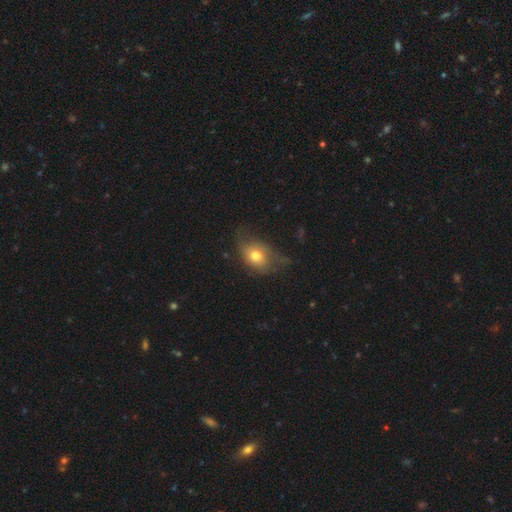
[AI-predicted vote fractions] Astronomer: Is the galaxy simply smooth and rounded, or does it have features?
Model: smooth — 71%.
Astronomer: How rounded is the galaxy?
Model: in between — 70%.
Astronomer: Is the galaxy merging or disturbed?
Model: none — 44% (runner-up: minor disturbance, 33%).